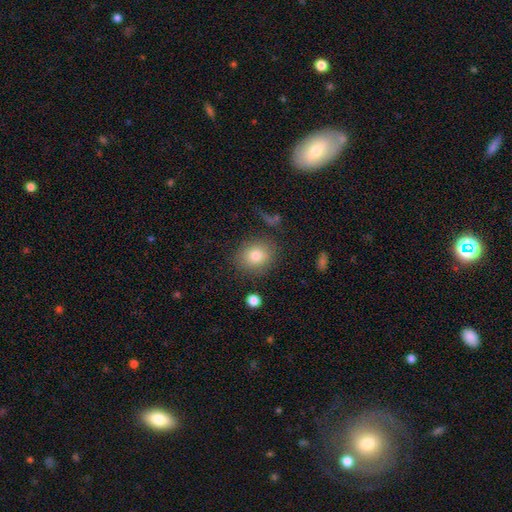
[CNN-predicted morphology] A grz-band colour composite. It shows a smooth galaxy with no disk features (81%) that is round (60%). Merging: none (82%).